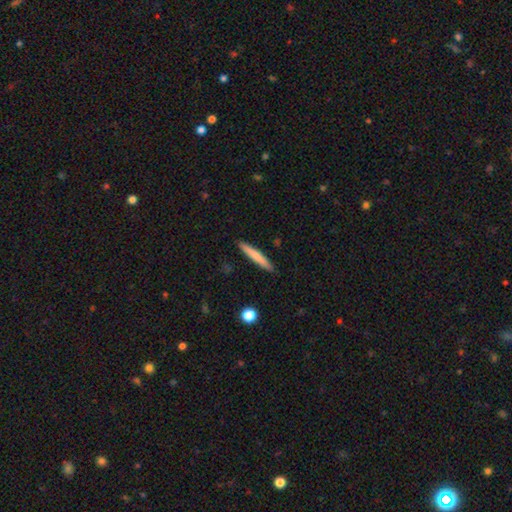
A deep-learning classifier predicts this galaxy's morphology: This is likely a smooth galaxy (73%). How rounded: clearly cigar-shaped (95%). Merging: clearly none (90%).